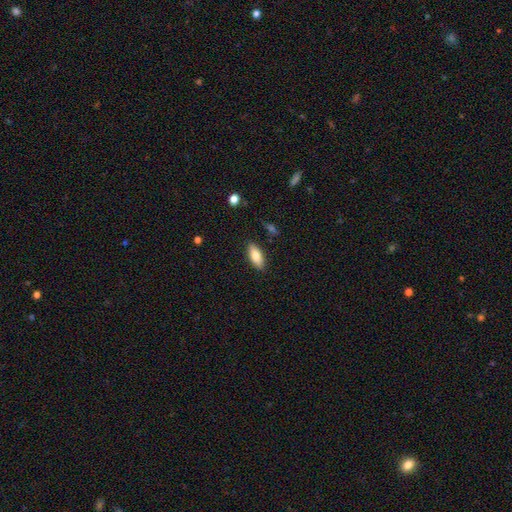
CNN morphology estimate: Smooth or featured? Predicted: smooth (p=0.81). How rounded? Predicted: in between (p=0.83). Merging? Predicted: none (p=0.87).